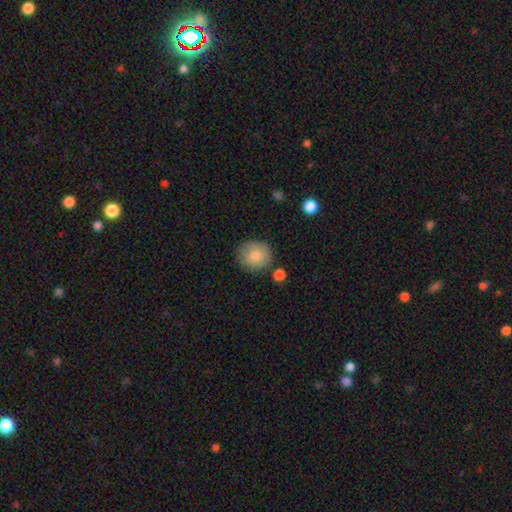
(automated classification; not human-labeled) The model was most divided on "merging": none: 78%, minor disturbance: 14%, merger: 5%, major disturbance: 3%. More confident: how rounded — round (86%); smooth or featured — smooth (83%).